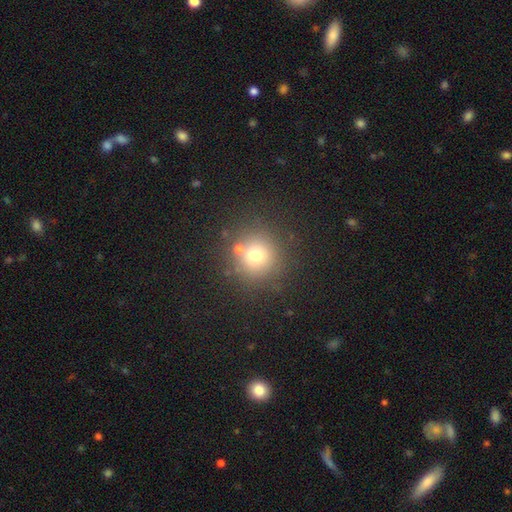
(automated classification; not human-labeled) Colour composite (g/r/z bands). It shows a smooth galaxy with no disk features (70%) that is round (92%). Merging: none (75%).